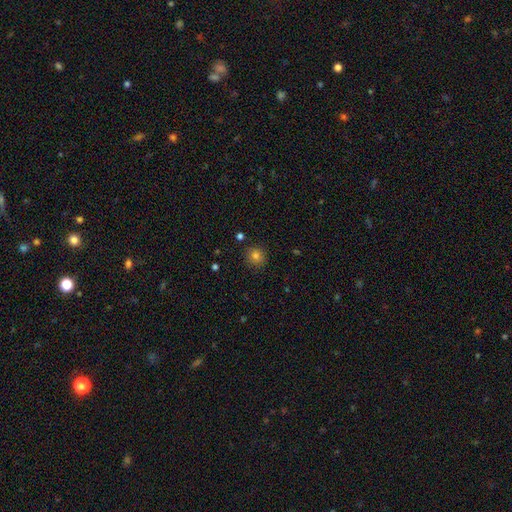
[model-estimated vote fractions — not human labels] The model was most divided on "smooth or featured": smooth: 79%, star or artifact: 14%, featured or disk: 7%. More confident: how rounded — round (90%); merging — none (88%).